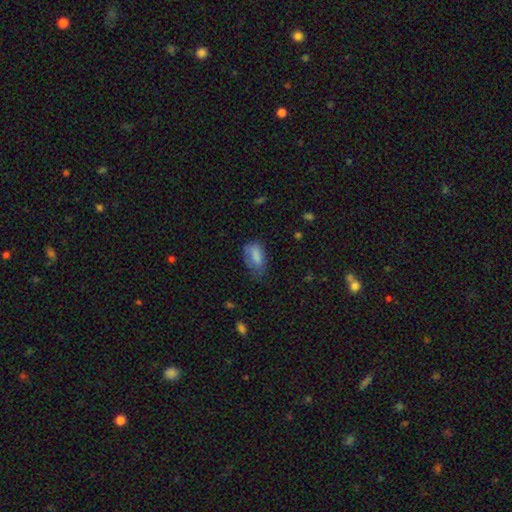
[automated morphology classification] This appears to be a smooth galaxy with no disk features (78%) that is in between round and cigar-shaped (87%). Merging: none (41%).